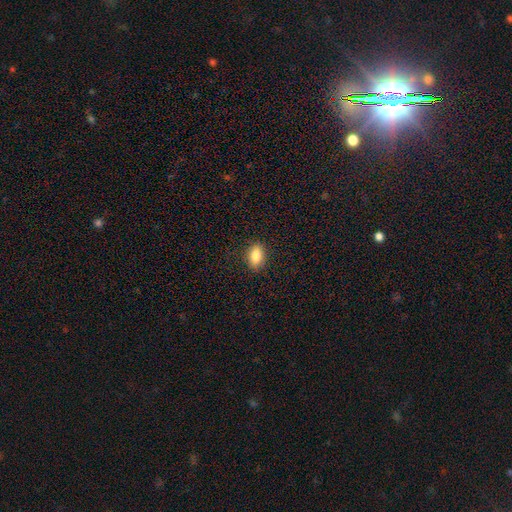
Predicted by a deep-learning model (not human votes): A smooth galaxy with no disk features (84%) that is in between round and cigar-shaped (85%).

Vote fractions:
- Smooth or featured? smooth: 84% / star or artifact: 9% / featured or disk: 7%
- How rounded? in between: 85% / round: 11% / cigar-shaped: 3%
- Merging? none: 88% / minor disturbance: 9% / major disturbance: 2% / merger: 1%